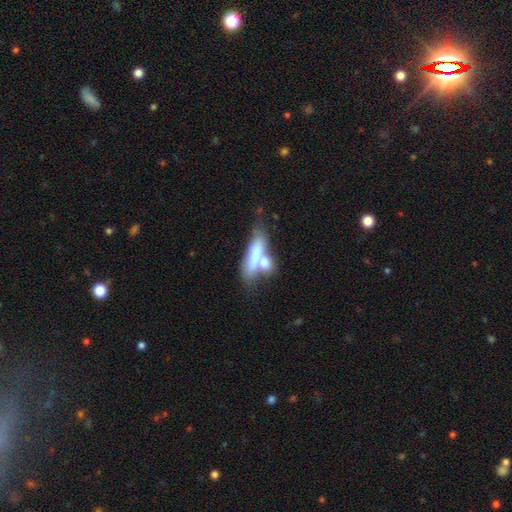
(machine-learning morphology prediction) Smooth or featured? smooth (69%)
How rounded? cigar-shaped (54%)
Merging? merger (48%)